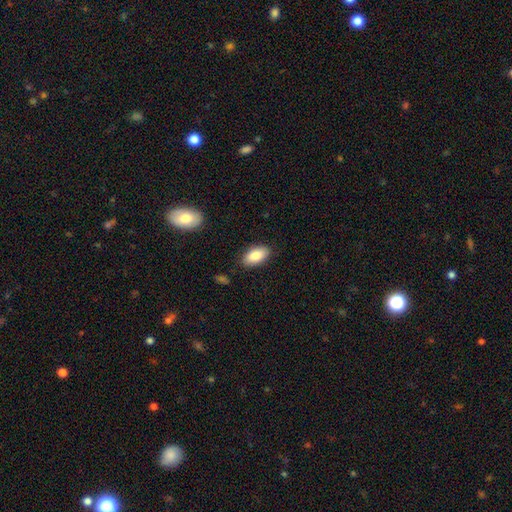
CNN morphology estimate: The model was most divided on "merging": none: 85%, minor disturbance: 11%, major disturbance: 2%, merger: 1%. More confident: how rounded — in between (93%); smooth or featured — smooth (85%).